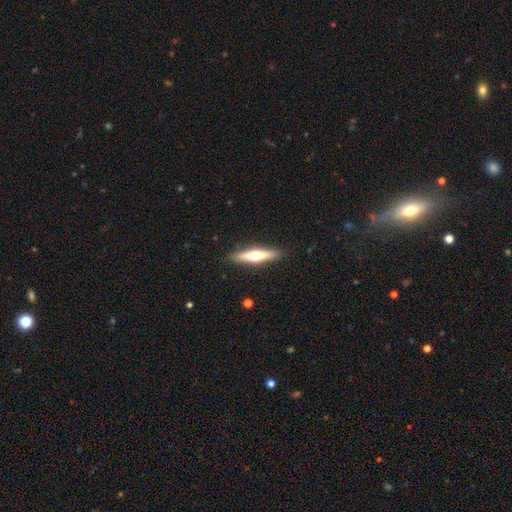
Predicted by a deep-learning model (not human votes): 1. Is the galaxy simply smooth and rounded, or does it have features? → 49% smooth, 46% featured or disk, 6% star or artifact.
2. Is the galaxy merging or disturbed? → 89% none, 8% minor disturbance, 2% major disturbance, 1% merger.